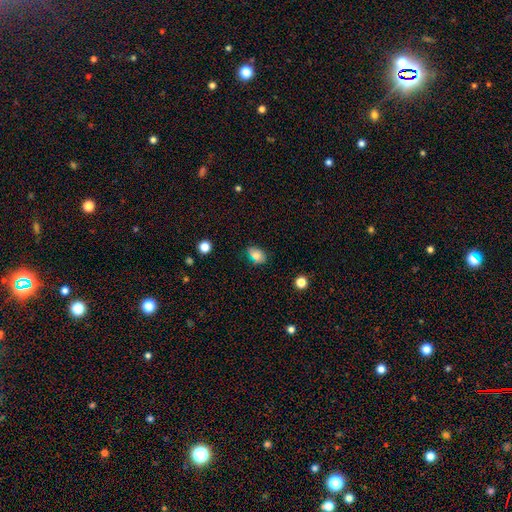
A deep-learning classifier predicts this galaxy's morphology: Q: Smooth or featured?
A: smooth (79%); runner-up: star or artifact (11%)
Q: How rounded?
A: in between (81%); runner-up: round (17%)
Q: Merging?
A: none (69%); runner-up: minor disturbance (23%)